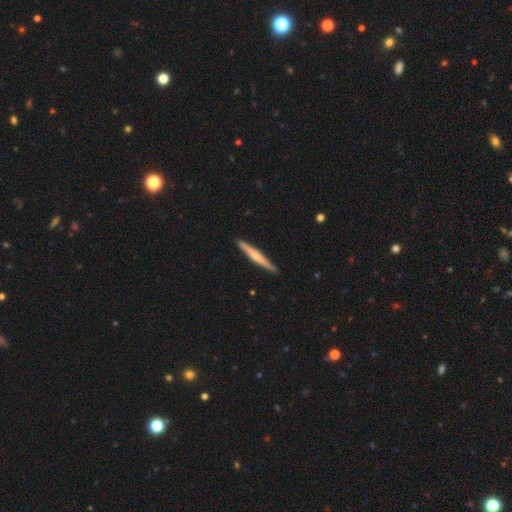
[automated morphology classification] type=featured or disk (54%); edge-on=yes (98%); edge-on bulge=rounded (69%); merging=none (92%).